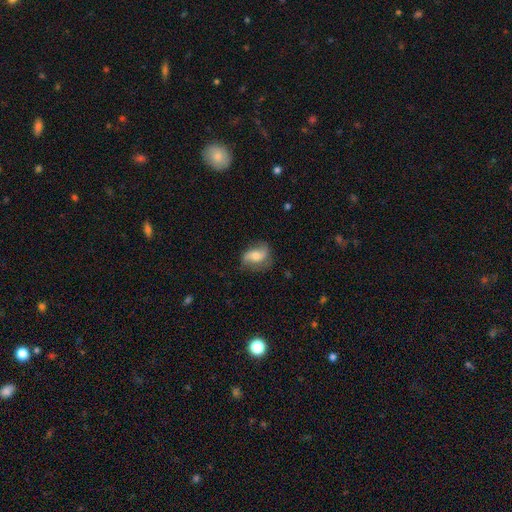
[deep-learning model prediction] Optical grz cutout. It shows a featured or disk galaxy (57%) with no bar (54%), spiral arms (86%) and a moderate central bulge (61%). Merging: none (68%).